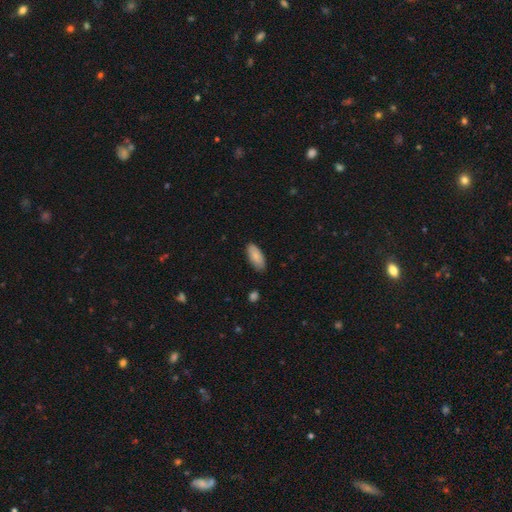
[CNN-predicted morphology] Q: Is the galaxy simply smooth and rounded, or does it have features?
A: smooth — 85%.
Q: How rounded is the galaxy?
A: in between — 87%.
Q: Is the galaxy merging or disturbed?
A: none — 82%.